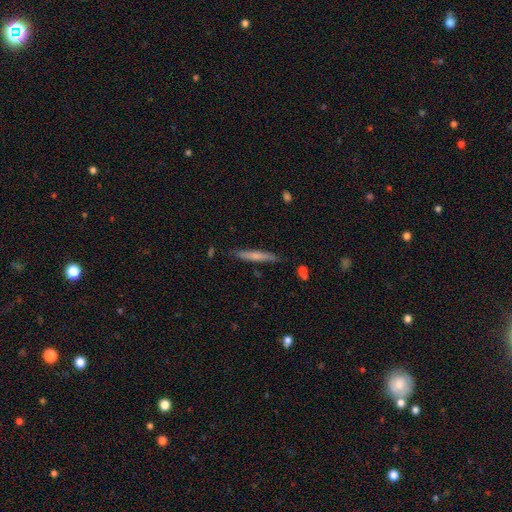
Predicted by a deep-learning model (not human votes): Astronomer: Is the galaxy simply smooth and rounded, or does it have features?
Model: smooth — 60%.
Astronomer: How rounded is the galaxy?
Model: cigar-shaped — 95%.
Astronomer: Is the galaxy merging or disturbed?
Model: none — 85%.